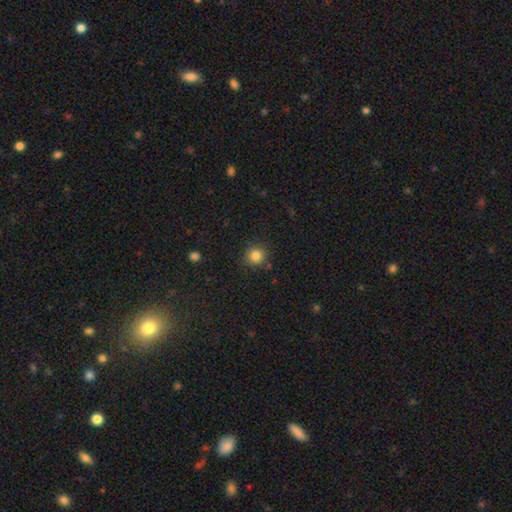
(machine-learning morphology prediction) The model was most divided on "smooth or featured": smooth: 84%, star or artifact: 12%, featured or disk: 4%. More confident: how rounded — round (92%); merging — none (86%).